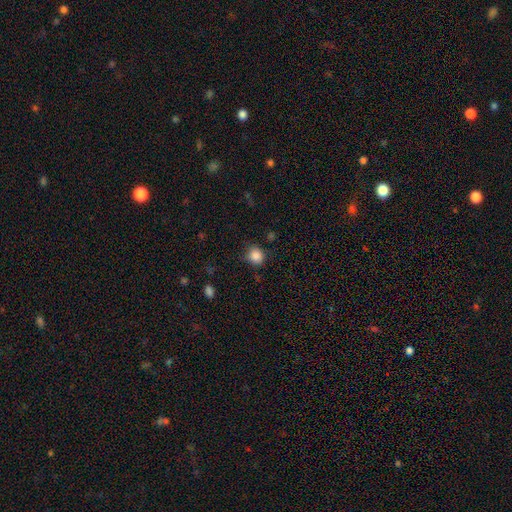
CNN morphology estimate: This appears to be a smooth galaxy with no disk features (86%) that is round (80%). Merging: none (80%).